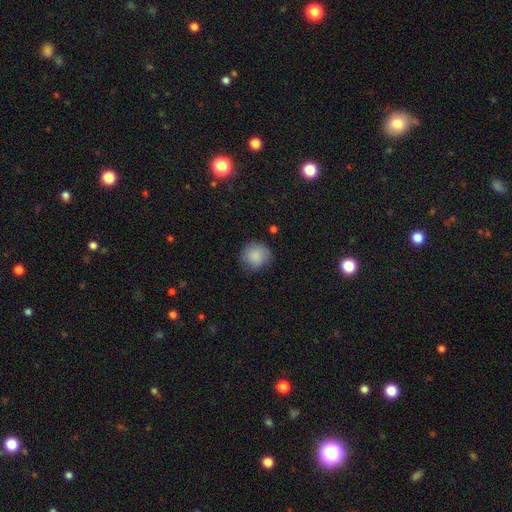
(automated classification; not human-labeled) smooth-or-featured: smooth: 85% | featured or disk: 8% | star or artifact: 7%
  how-rounded: round: 90% | in between: 9% | cigar-shaped: 1%
  merging: none: 74% | minor disturbance: 19% | major disturbance: 5% | merger: 1%